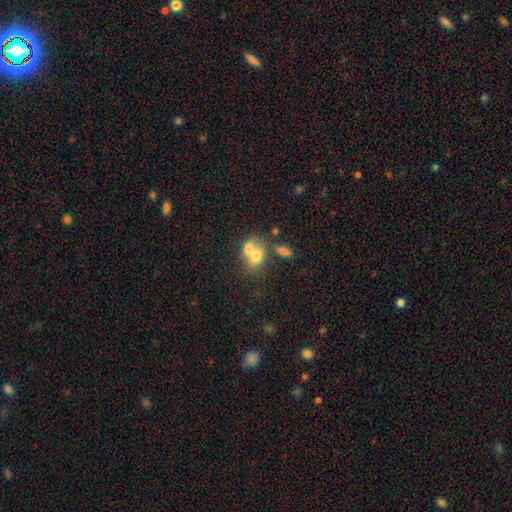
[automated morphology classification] Smooth or featured?
  - smooth: 70% *
  - featured or disk: 21%
  - star or artifact: 9%
How rounded?
  - in between: 69% *
  - round: 29%
  - cigar-shaped: 2%
Merging?
  - merger: 66% *
  - none: 22%
  - minor disturbance: 7%
  - major disturbance: 4%